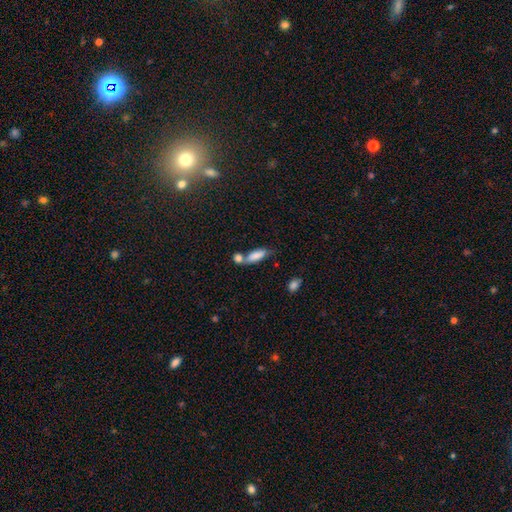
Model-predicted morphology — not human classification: Smooth or featured?
  - smooth: 79% *
  - featured or disk: 13%
  - star or artifact: 7%
How rounded?
  - in between: 64% *
  - cigar-shaped: 33%
  - round: 3%
Merging?
  - merger: 45% *
  - none: 36%
  - minor disturbance: 13%
  - major disturbance: 6%